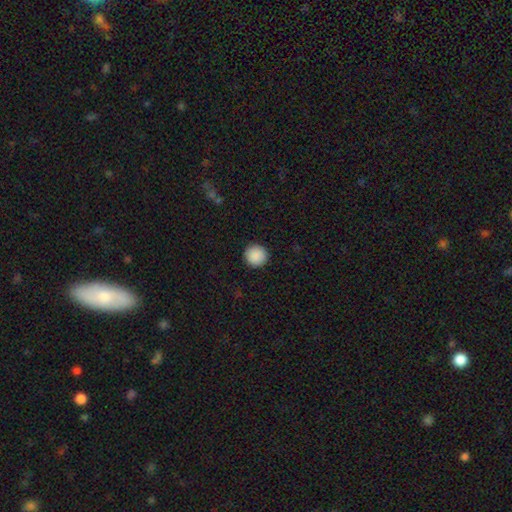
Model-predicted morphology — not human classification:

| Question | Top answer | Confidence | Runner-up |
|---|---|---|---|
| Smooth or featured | smooth | 90% | star or artifact (7%) |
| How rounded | round | 95% | in between (4%) |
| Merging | none | 93% | minor disturbance (5%) |